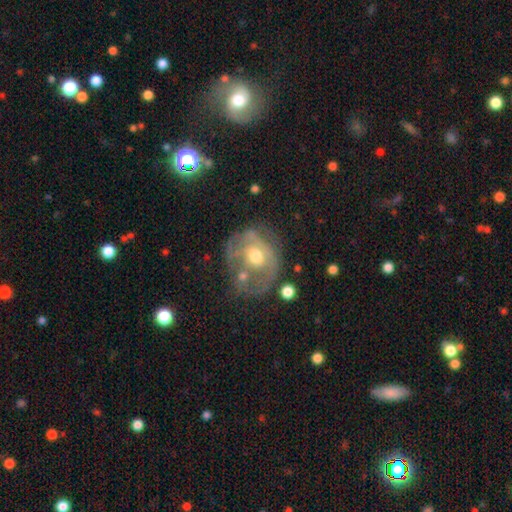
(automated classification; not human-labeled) A featured or disk galaxy (62%) with no bar (77%), no spiral arms (61%) and a moderate central bulge (71%). Merging: none (36%).